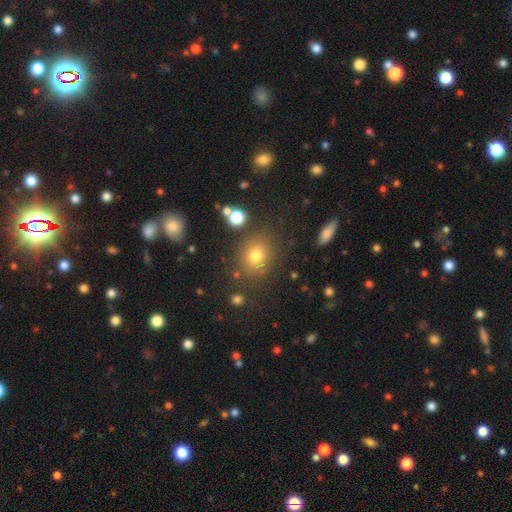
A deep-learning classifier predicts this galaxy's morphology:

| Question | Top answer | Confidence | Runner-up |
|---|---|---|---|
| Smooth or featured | smooth | 74% | star or artifact (16%) |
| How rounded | round | 65% | in between (34%) |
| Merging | none | 80% | minor disturbance (11%) |